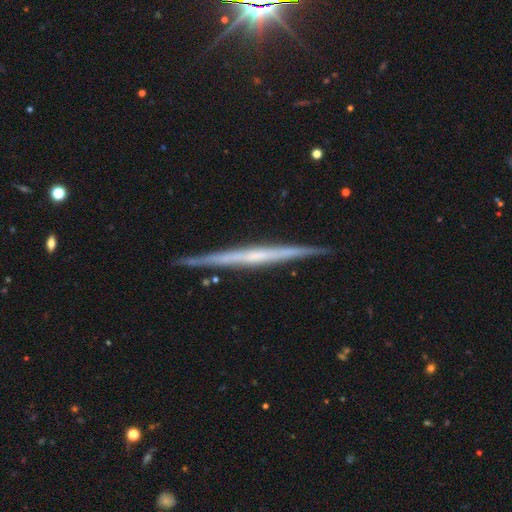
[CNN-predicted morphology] Smooth or featured?
  - featured or disk: 75% *
  - smooth: 19%
  - star or artifact: 6%
Edge-on disk?
  - yes: 98% *
  - no: 2%
Edge-on bulge?
  - none: 74% *
  - rounded: 18%
  - boxy: 7%
Merging?
  - none: 90% *
  - minor disturbance: 7%
  - major disturbance: 1%
  - merger: 1%